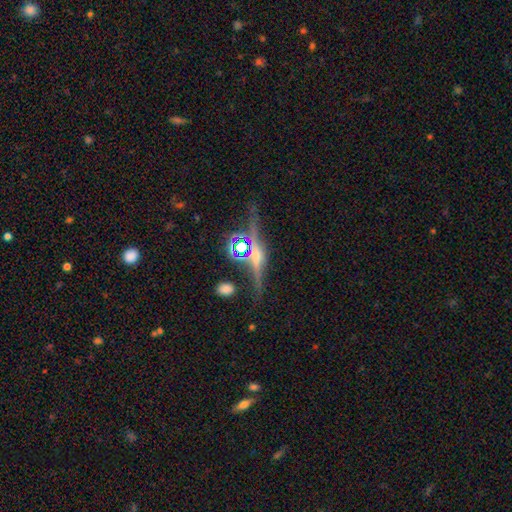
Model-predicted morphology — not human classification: Q: Smooth or featured?
A: featured or disk (59%); runner-up: star or artifact (26%)
Q: Edge-on disk?
A: yes (89%); runner-up: no (11%)
Q: Edge-on bulge?
A: rounded (78%); runner-up: boxy (12%)
Q: Merging?
A: none (76%); runner-up: minor disturbance (13%)